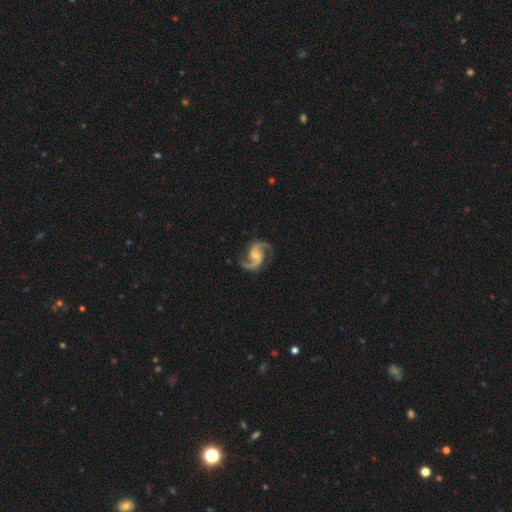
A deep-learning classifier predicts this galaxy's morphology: This appears to be a featured or disk galaxy (93%) with a weak bar (47%), 2 (94%) medium (53%) spiral arms (98%) and a small central bulge (45%). Merging: none (81%).